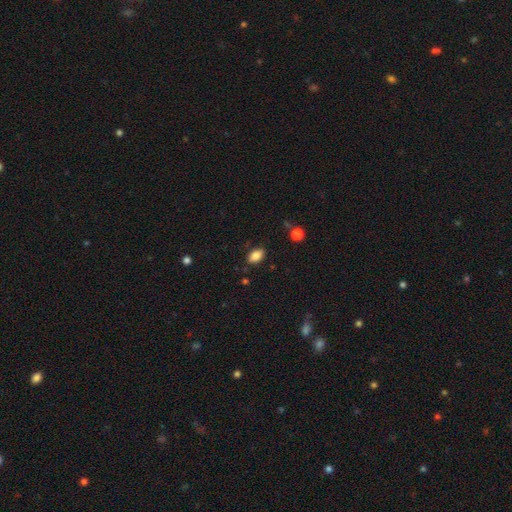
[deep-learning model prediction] This appears to be a smooth galaxy with no disk features (86%) that is in between round and cigar-shaped (90%). Merging: none (84%).